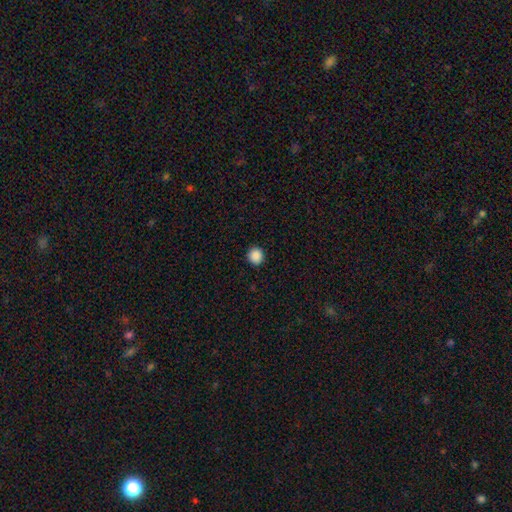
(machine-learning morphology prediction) This appears to be a smooth galaxy with no disk features (88%) that is round (92%). Merging: none (92%).